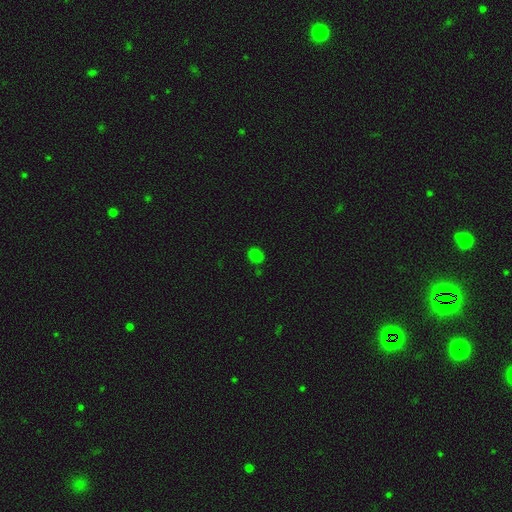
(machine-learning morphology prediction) Smooth or featured: smooth — 80% (star or artifact — 17%)
How rounded: round — 50% (in between — 49%)
Merging: none — 83% (minor disturbance — 11%)